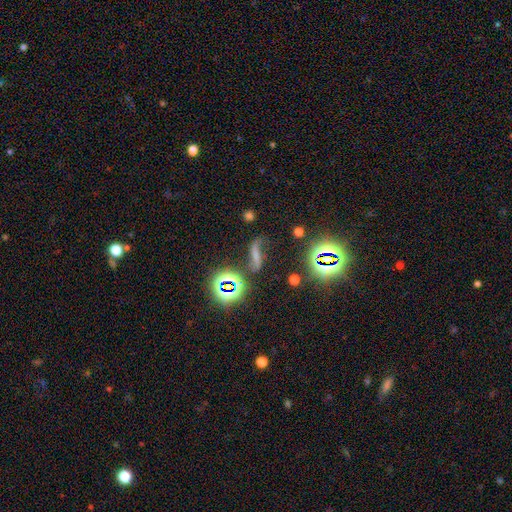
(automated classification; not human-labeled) smooth-or-featured: featured or disk: 38% | star or artifact: 32% | smooth: 30%
  merging: none: 51% | minor disturbance: 20% | major disturbance: 18% | merger: 10%